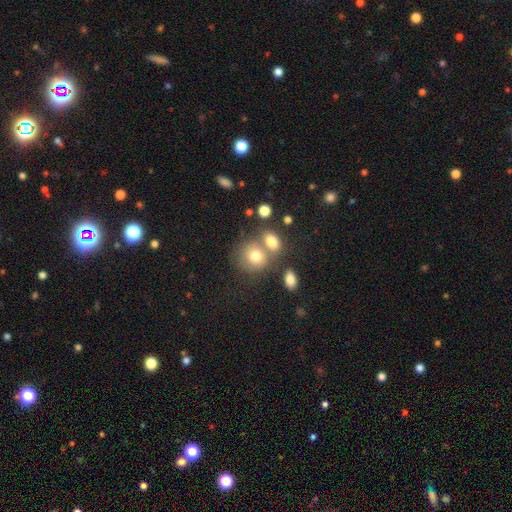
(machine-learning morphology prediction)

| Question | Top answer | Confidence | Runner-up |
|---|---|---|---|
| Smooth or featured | smooth | 76% | featured or disk (14%) |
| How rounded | round | 69% | in between (30%) |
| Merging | none | 44% | merger (40%) |